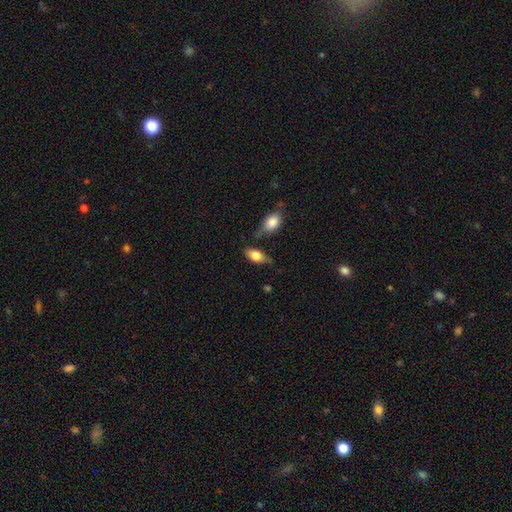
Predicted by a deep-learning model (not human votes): Smooth or featured? Predicted: smooth (p=0.75). How rounded? Predicted: in between (p=0.87). Merging? Predicted: none (p=0.57).